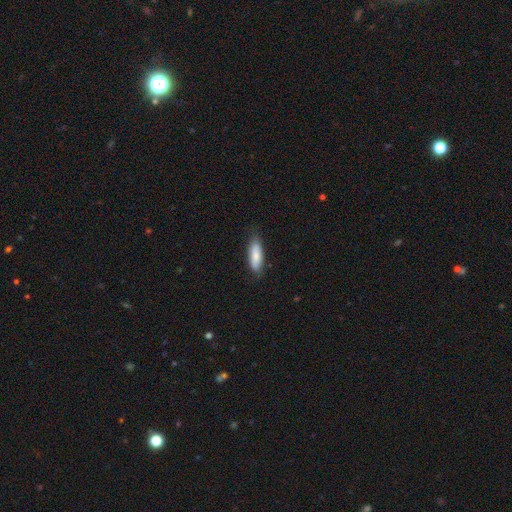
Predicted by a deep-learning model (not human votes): smooth_or_featured: smooth (p=0.81) [alt: featured or disk p=0.13]
how_rounded: in between (p=0.61) [alt: cigar-shaped p=0.37]
merging: none (p=0.78) [alt: minor disturbance p=0.18]